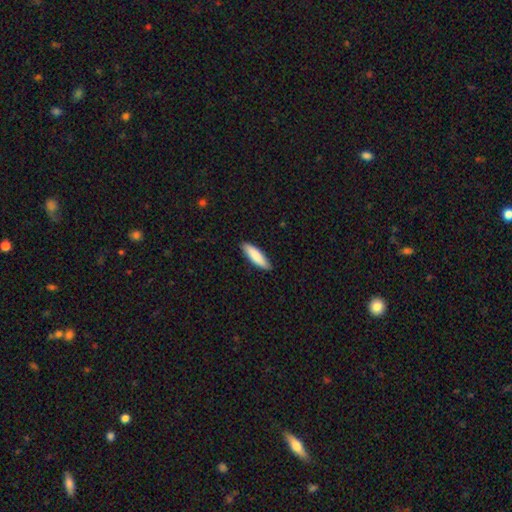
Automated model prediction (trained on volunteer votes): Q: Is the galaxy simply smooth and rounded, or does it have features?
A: smooth — 86%.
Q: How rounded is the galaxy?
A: cigar-shaped — 58%.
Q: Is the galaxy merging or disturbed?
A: none — 88%.